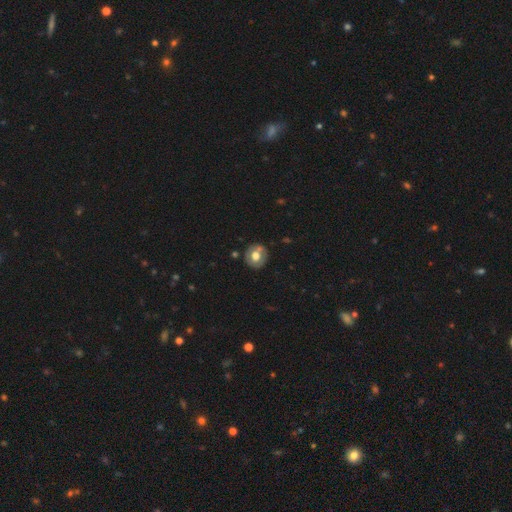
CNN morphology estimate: smooth 56%, featured or disk 36%, star or artifact 7%. Down the decision tree: how rounded — round (81%); merging — none (80%).